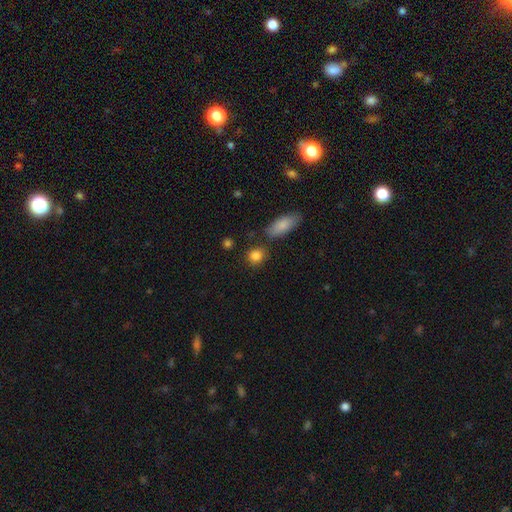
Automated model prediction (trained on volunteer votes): Q: Smooth or featured?
A: smooth (86%); runner-up: star or artifact (9%)
Q: How rounded?
A: round (74%); runner-up: in between (23%)
Q: Merging?
A: none (77%); runner-up: minor disturbance (12%)